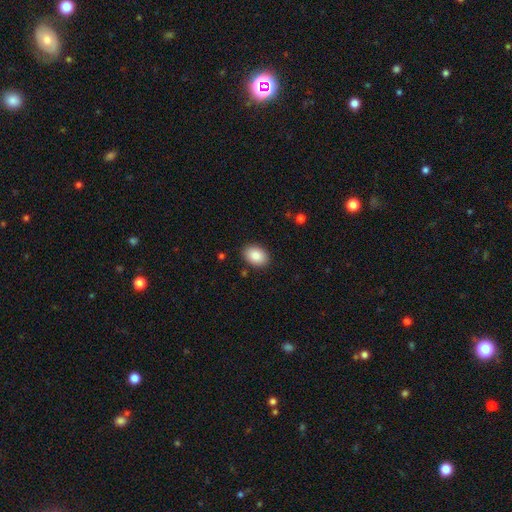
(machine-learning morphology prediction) Smooth or featured?
  - smooth: 87% *
  - star or artifact: 7%
  - featured or disk: 6%
How rounded?
  - in between: 78% *
  - round: 21%
  - cigar-shaped: 1%
Merging?
  - none: 88% *
  - minor disturbance: 8%
  - major disturbance: 2%
  - merger: 1%